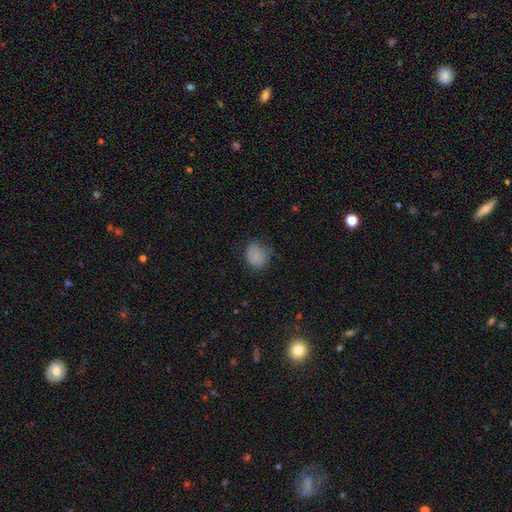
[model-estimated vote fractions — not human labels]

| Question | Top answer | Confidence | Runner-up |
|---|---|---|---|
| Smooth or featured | smooth | 78% | featured or disk (12%) |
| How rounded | round | 74% | in between (25%) |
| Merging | none | 58% | minor disturbance (30%) |